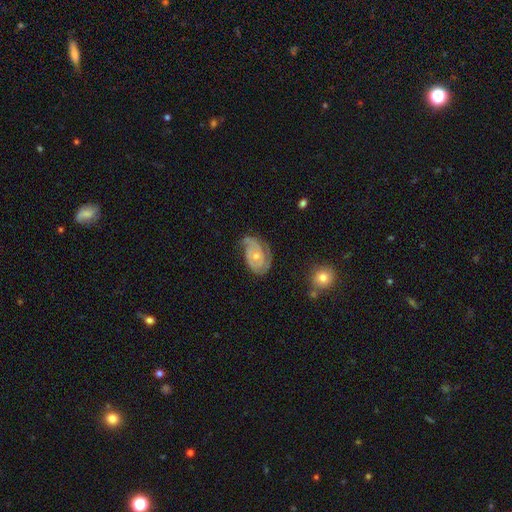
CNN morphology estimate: Smooth or featured? Predicted: featured or disk (p=0.80). Edge-on disk? Predicted: no (p=0.97). Bar? Predicted: no (p=0.72). Spiral arms? Predicted: yes (p=0.93). Spiral winding? Predicted: tight (p=0.56). Spiral arm count? Predicted: 2 (p=0.56). Bulge size? Predicted: small (p=0.58). Merging? Predicted: none (p=0.51).